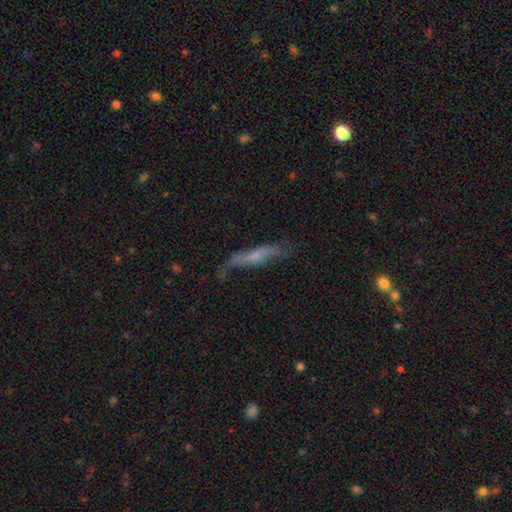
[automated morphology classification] featured or disk 51%, smooth 40%, star or artifact 9%. Down the decision tree: edge-on disk — yes (56%); merging — none (53%).